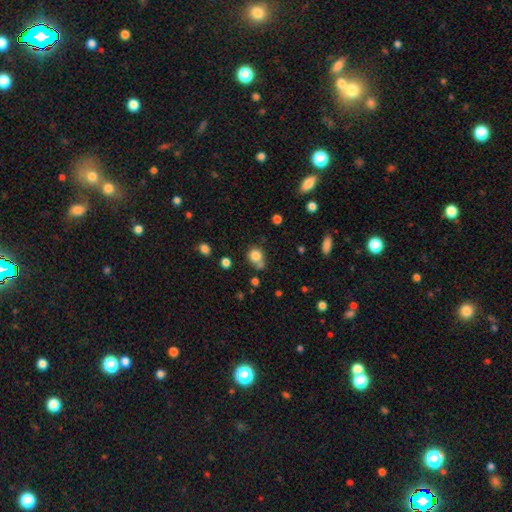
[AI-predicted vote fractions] Smooth or featured?
  - smooth: 81% *
  - star or artifact: 11%
  - featured or disk: 7%
How rounded?
  - round: 78% *
  - in between: 21%
  - cigar-shaped: 1%
Merging?
  - none: 52% *
  - minor disturbance: 21%
  - merger: 19%
  - major disturbance: 8%